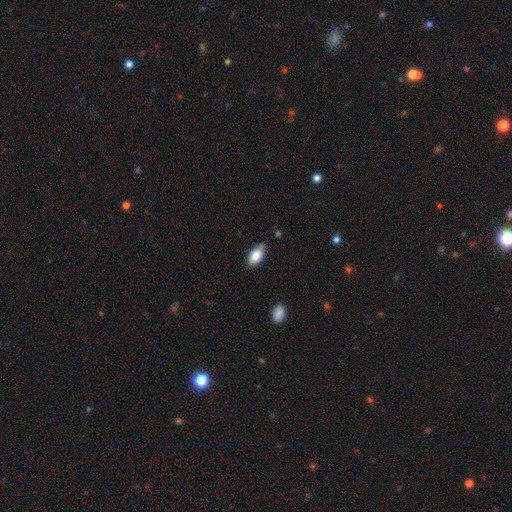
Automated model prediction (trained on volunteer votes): smooth_or_featured: smooth (p=0.82) [alt: featured or disk p=0.11]
how_rounded: in between (p=0.92) [alt: cigar-shaped p=0.05]
merging: none (p=0.78) [alt: minor disturbance p=0.17]